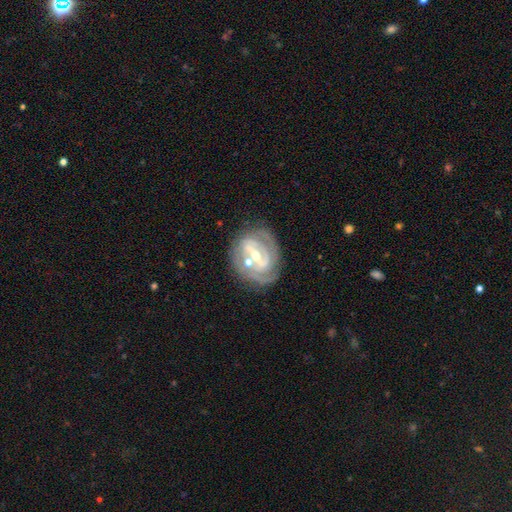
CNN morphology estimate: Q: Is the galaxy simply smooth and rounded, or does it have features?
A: featured or disk — 84%.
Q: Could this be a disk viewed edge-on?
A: no — 96%.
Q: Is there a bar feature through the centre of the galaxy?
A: strong — 54%.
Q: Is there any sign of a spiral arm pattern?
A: yes — 89%.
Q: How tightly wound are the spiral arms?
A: tight — 64%.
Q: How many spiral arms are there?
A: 2 — 50%.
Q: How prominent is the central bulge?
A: small — 50%.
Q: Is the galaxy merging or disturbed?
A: none — 63%.